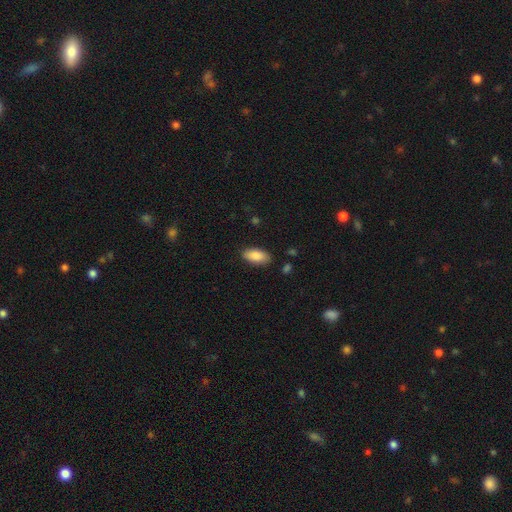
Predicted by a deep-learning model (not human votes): Smooth or featured?
  - smooth: 86% *
  - featured or disk: 7%
  - star or artifact: 6%
How rounded?
  - in between: 91% *
  - cigar-shaped: 7%
  - round: 2%
Merging?
  - none: 85% *
  - minor disturbance: 11%
  - major disturbance: 2%
  - merger: 2%